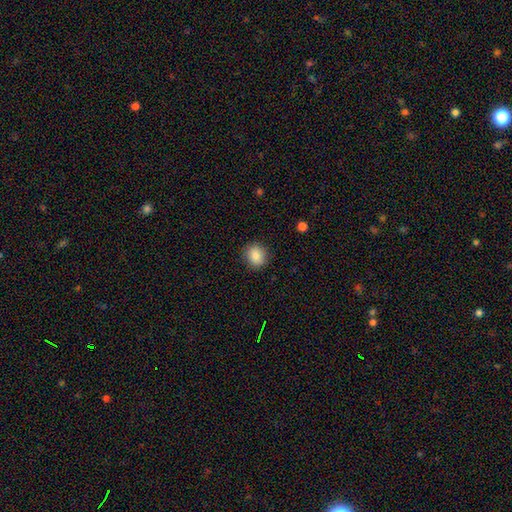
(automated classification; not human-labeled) Smooth or featured? smooth (86%)
How rounded? round (78%)
Merging? none (89%)